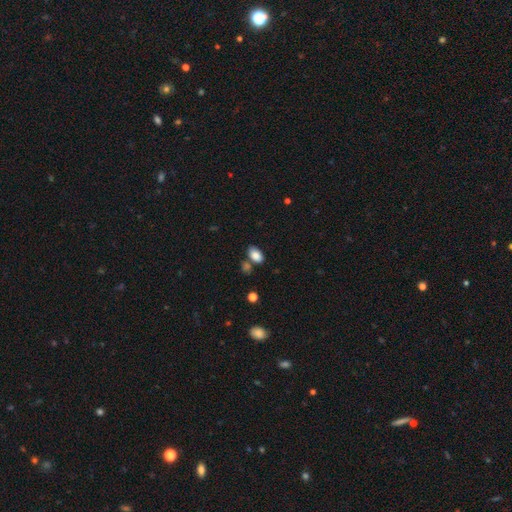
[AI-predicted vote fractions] Smooth or featured?
  - smooth: 85% *
  - star or artifact: 9%
  - featured or disk: 6%
How rounded?
  - in between: 91% *
  - round: 8%
  - cigar-shaped: 1%
Merging?
  - none: 67% *
  - merger: 15%
  - minor disturbance: 14%
  - major disturbance: 4%